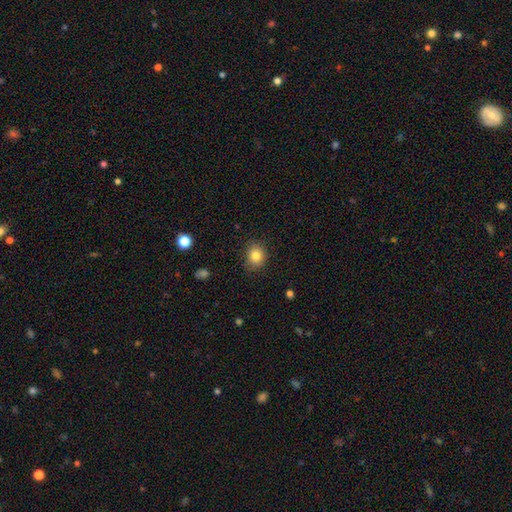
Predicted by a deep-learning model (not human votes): This appears to be a smooth galaxy with no disk features (83%) that is round (67%). Merging: none (84%).